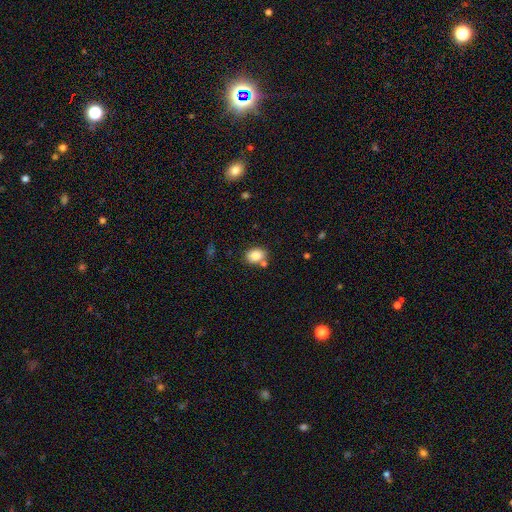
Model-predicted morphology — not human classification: This is clearly a smooth galaxy (85%). How rounded: likely in between (61%). Merging: likely none (67%).